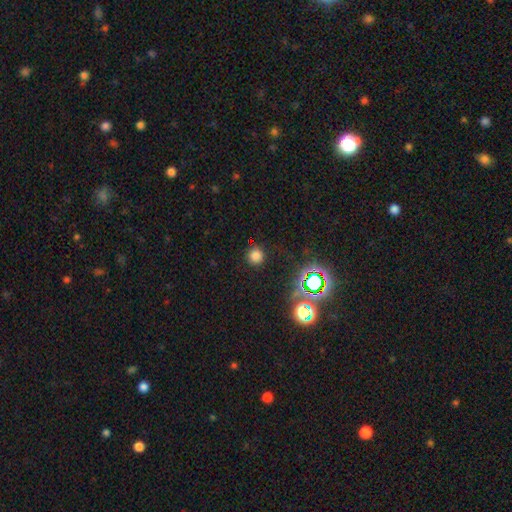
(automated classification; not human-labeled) smooth_or_featured: smooth (p=0.73) [alt: star or artifact p=0.22]
how_rounded: round (p=0.94) [alt: in between p=0.05]
merging: none (p=0.88) [alt: minor disturbance p=0.07]